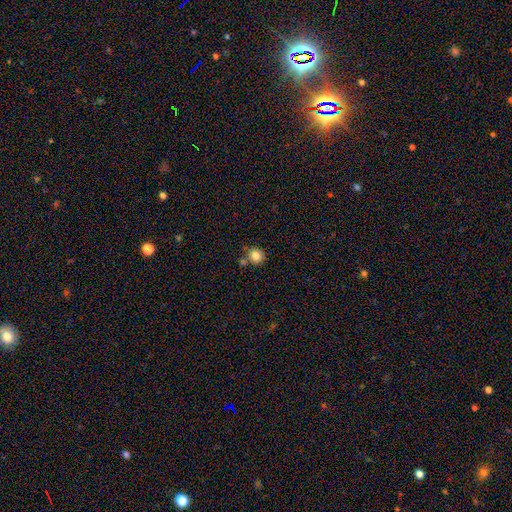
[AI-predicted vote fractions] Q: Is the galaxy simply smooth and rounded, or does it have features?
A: smooth — 83%.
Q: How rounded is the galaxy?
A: round — 81%.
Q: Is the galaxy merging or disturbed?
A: none — 69%.